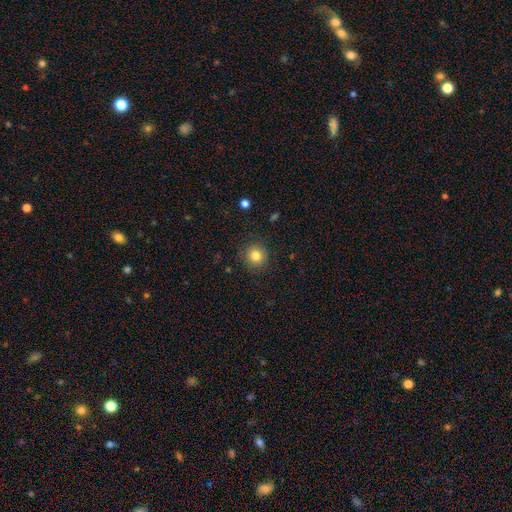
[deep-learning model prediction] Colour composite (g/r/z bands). It shows a smooth galaxy with no disk features (82%) that is round (93%). Merging: none (89%).